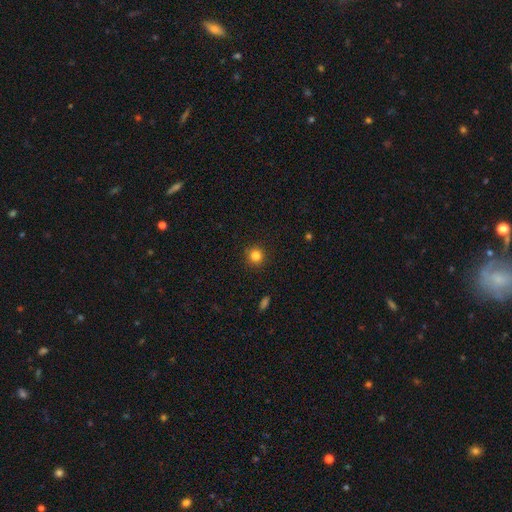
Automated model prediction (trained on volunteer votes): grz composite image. It shows a smooth galaxy with no disk features (83%) that is round (94%). Merging: none (91%).